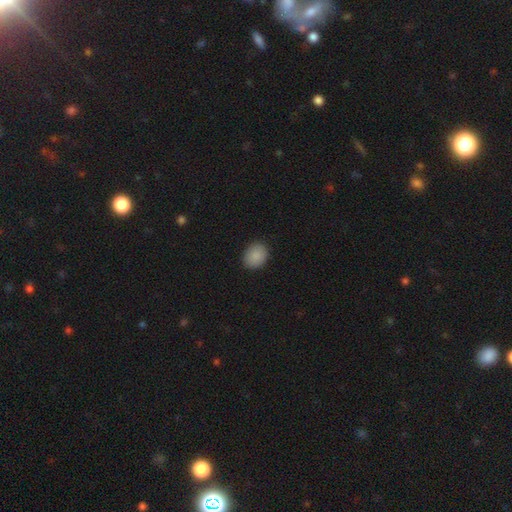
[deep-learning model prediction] Q: Smooth or featured?
A: smooth (89%); runner-up: star or artifact (8%)
Q: How rounded?
A: in between (58%); runner-up: round (41%)
Q: Merging?
A: none (88%); runner-up: minor disturbance (9%)